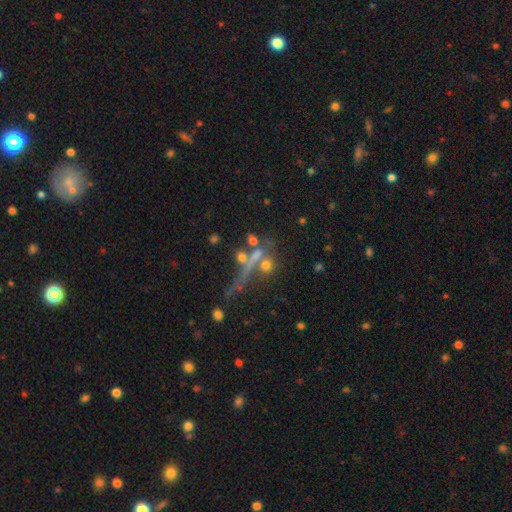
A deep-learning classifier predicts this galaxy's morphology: This is possibly a smooth galaxy (47%). Merging: marginally none (43%).